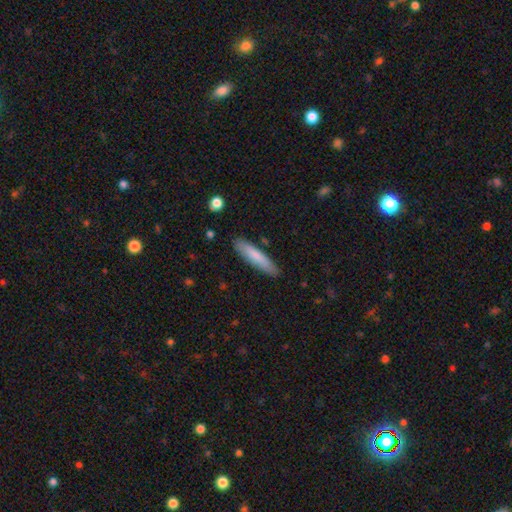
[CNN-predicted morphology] smooth 78%, featured or disk 16%, star or artifact 6%. Down the decision tree: how rounded — cigar-shaped (83%); merging — none (87%).